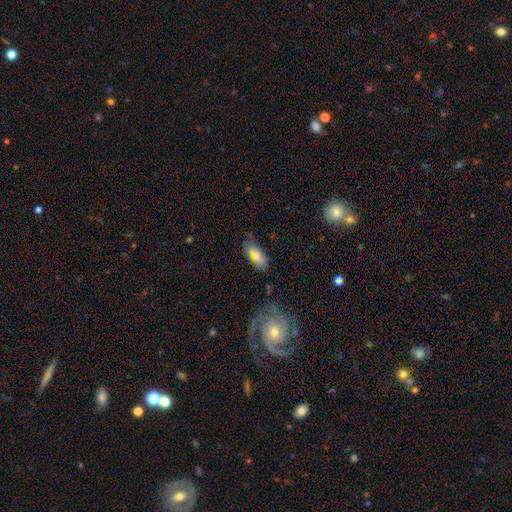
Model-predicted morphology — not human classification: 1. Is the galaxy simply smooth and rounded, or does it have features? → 70% smooth, 22% featured or disk, 9% star or artifact.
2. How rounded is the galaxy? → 81% in between, 16% cigar-shaped, 3% round.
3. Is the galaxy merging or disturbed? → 66% none, 24% minor disturbance, 7% major disturbance, 3% merger.